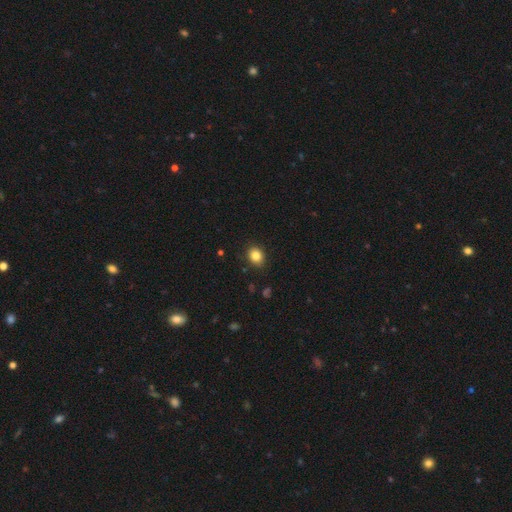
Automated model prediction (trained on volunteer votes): Morphology: type=smooth (84%); roundness=round (57%); merging=none (87%).